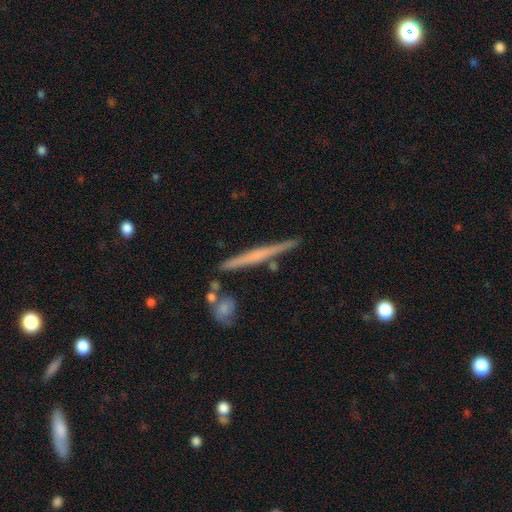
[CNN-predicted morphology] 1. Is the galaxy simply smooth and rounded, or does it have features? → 58% featured or disk, 35% smooth, 6% star or artifact.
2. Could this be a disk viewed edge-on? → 97% yes, 3% no.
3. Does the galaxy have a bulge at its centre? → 69% none, 22% rounded, 9% boxy.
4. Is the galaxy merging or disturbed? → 86% none, 8% minor disturbance, 4% merger, 2% major disturbance.